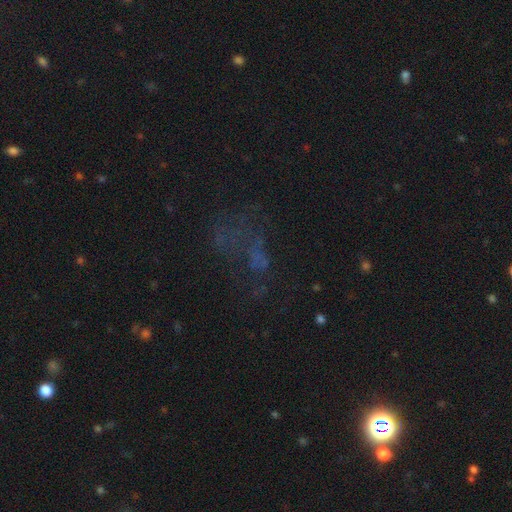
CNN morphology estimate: Smooth or featured: star or artifact — 41% (featured or disk — 31%)